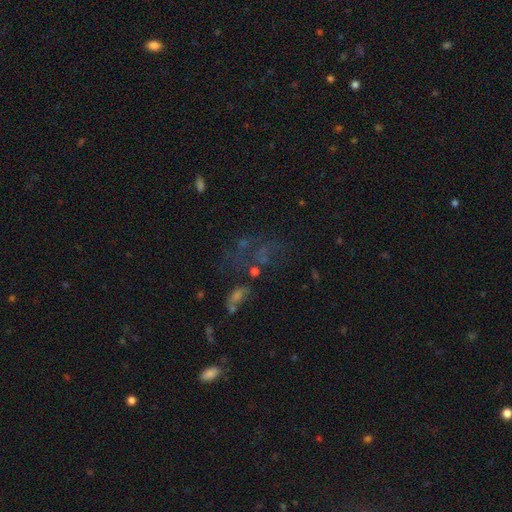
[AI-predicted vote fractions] Overall: star or artifact (50%; featured or disk 28%).